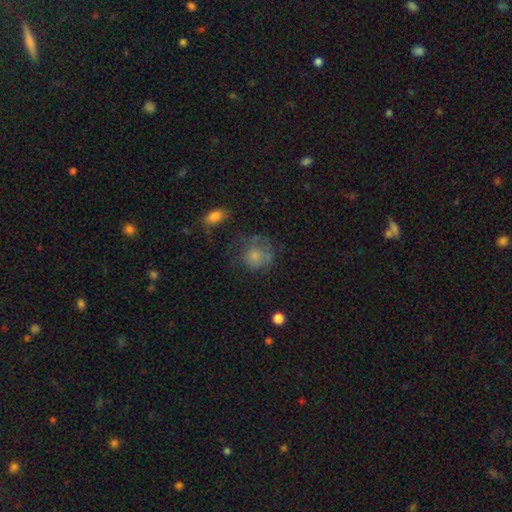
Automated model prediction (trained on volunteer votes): smooth-or-featured: smooth: 69% | featured or disk: 19% | star or artifact: 11%
  how-rounded: round: 74% | in between: 25% | cigar-shaped: 1%
  merging: none: 45% | minor disturbance: 25% | major disturbance: 24% | merger: 6%